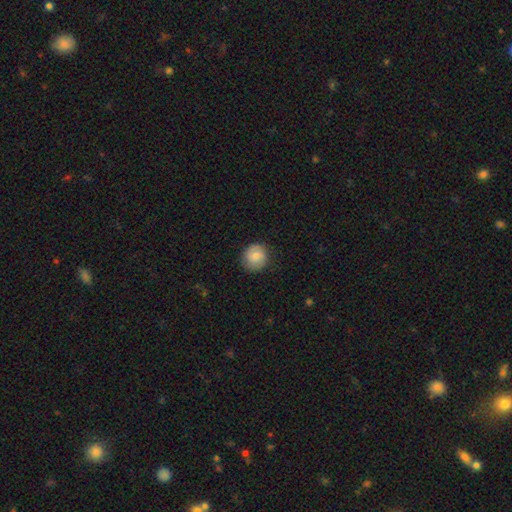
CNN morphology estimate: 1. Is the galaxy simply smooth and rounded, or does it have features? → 76% smooth, 17% featured or disk, 7% star or artifact.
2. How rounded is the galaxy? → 90% round, 9% in between, 1% cigar-shaped.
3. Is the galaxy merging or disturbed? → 84% none, 12% minor disturbance, 3% major disturbance, 1% merger.